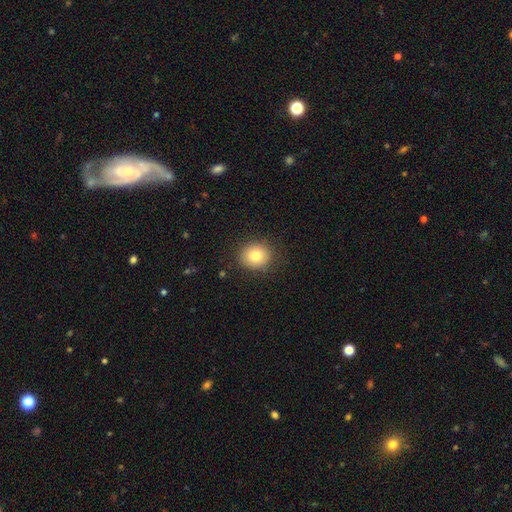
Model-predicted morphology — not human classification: This appears to be a smooth galaxy with no disk features (78%) that is round (80%). Merging: none (87%).